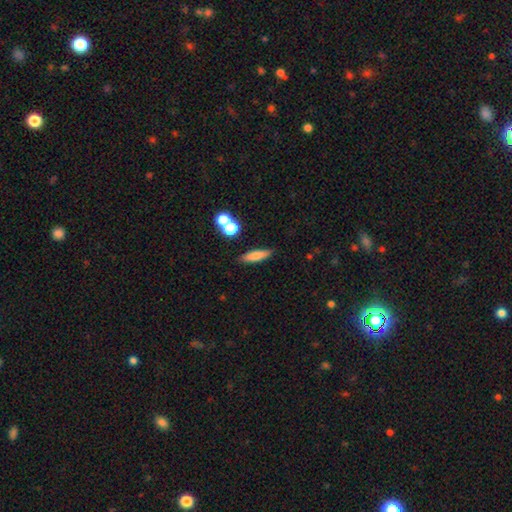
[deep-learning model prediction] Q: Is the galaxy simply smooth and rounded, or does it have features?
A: smooth — 75%.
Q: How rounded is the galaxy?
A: cigar-shaped — 68%.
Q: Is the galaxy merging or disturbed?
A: none — 82%.